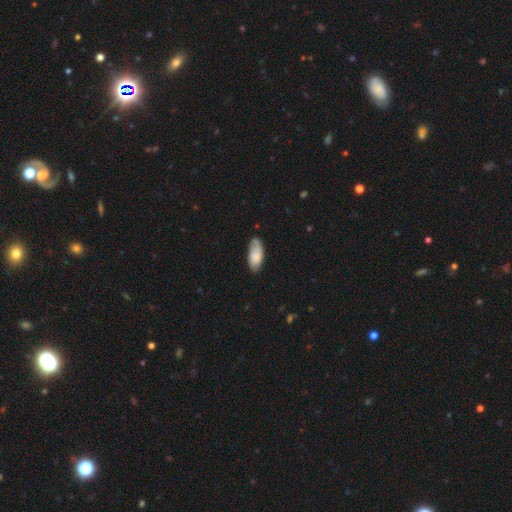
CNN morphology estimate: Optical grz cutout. It shows a smooth galaxy with no disk features (75%) that is in between round and cigar-shaped (87%). Merging: none (68%).